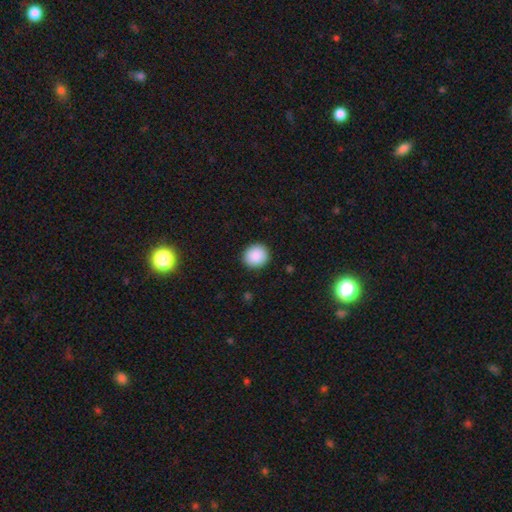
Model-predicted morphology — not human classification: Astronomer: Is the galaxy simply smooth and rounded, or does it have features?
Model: smooth — 89%.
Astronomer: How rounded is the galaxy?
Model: round — 88%.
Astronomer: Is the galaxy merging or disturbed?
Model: none — 91%.